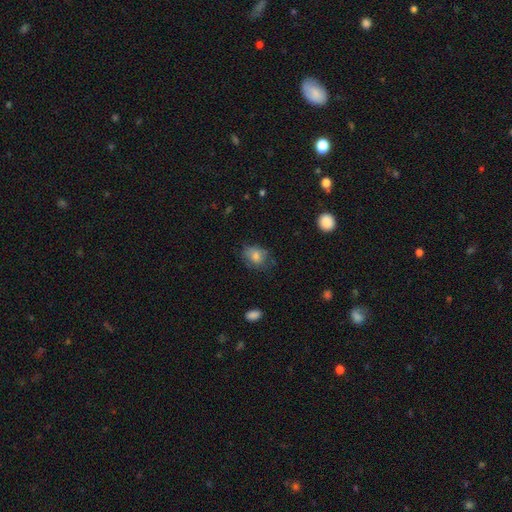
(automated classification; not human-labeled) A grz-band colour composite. It shows a smooth galaxy with no disk features (77%) that is in between round and cigar-shaped (58%). Merging: none (62%).